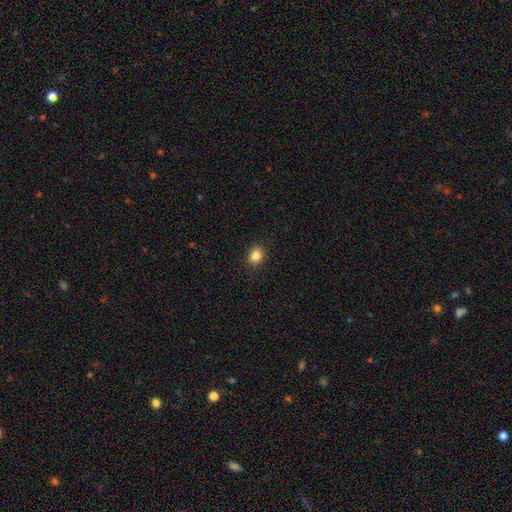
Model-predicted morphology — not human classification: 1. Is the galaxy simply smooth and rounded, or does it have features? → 85% smooth, 10% star or artifact, 5% featured or disk.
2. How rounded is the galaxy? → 52% round, 47% in between, 1% cigar-shaped.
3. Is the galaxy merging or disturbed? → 88% none, 8% minor disturbance, 2% major disturbance, 1% merger.